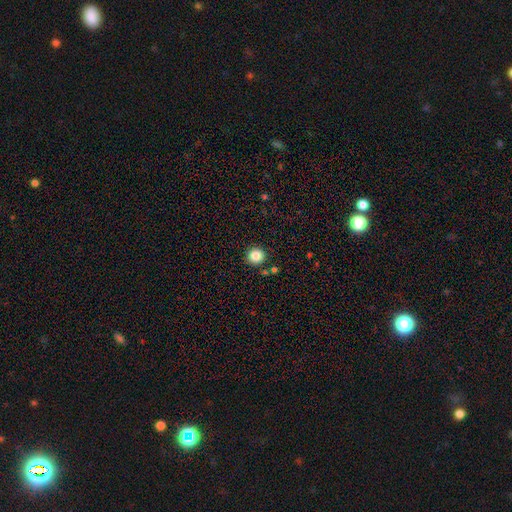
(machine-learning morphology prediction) The model was most divided on "smooth or featured": smooth: 85%, star or artifact: 10%, featured or disk: 4%. More confident: how rounded — round (93%); merging — none (89%).